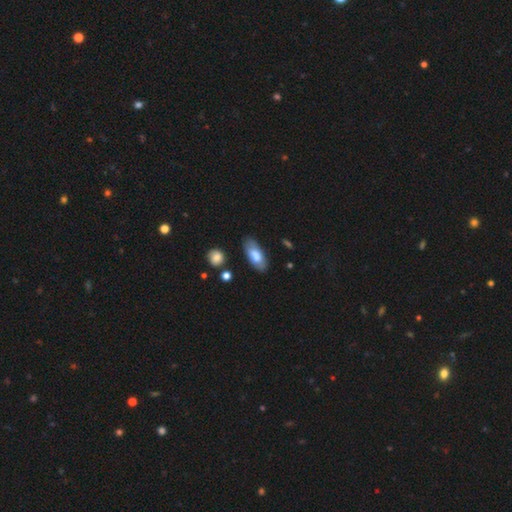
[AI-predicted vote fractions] A smooth galaxy with no disk features (72%) that is in between round and cigar-shaped (85%).

Vote fractions:
- Smooth or featured? smooth: 72% / featured or disk: 22% / star or artifact: 6%
- How rounded? in between: 85% / cigar-shaped: 12% / round: 2%
- Merging? none: 76% / minor disturbance: 17% / major disturbance: 4% / merger: 3%